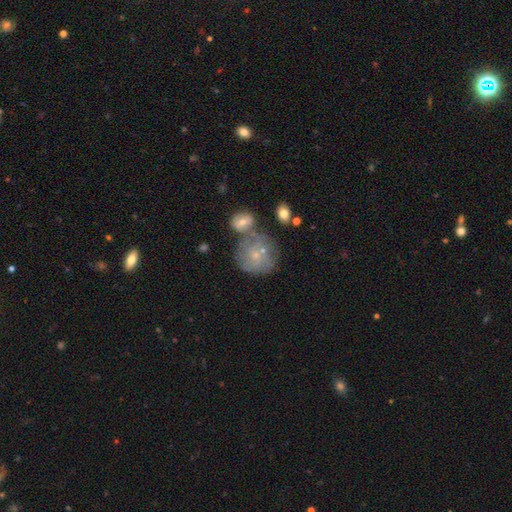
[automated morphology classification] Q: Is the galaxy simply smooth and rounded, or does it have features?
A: smooth — 45%.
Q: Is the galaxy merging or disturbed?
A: none — 41%.